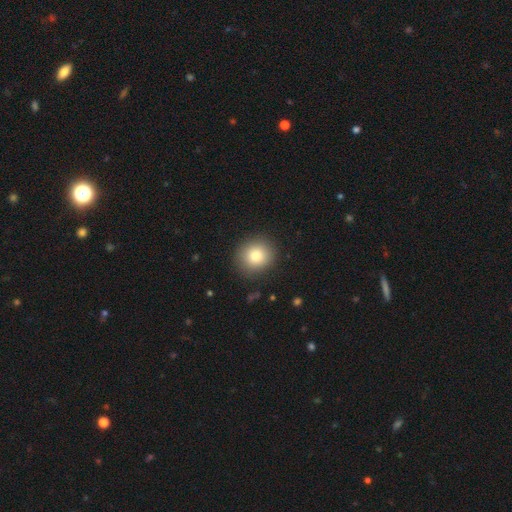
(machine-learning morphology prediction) Smooth or featured?
  - smooth: 81% *
  - star or artifact: 10%
  - featured or disk: 9%
How rounded?
  - round: 88% *
  - in between: 11%
  - cigar-shaped: 1%
Merging?
  - none: 89% *
  - minor disturbance: 7%
  - major disturbance: 3%
  - merger: 1%